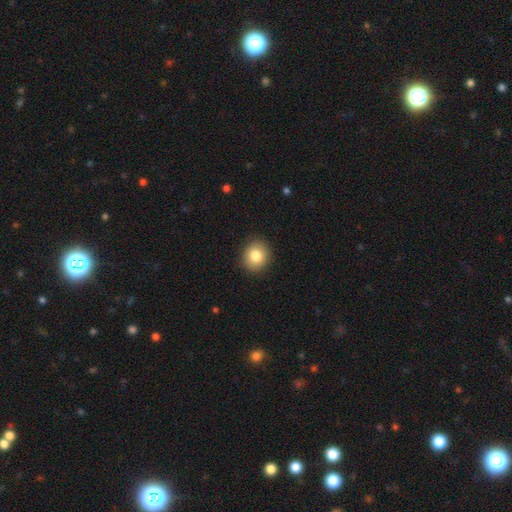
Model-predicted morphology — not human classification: smooth 83%, star or artifact 9%, featured or disk 8%. Down the decision tree: how rounded — round (76%); merging — none (90%).